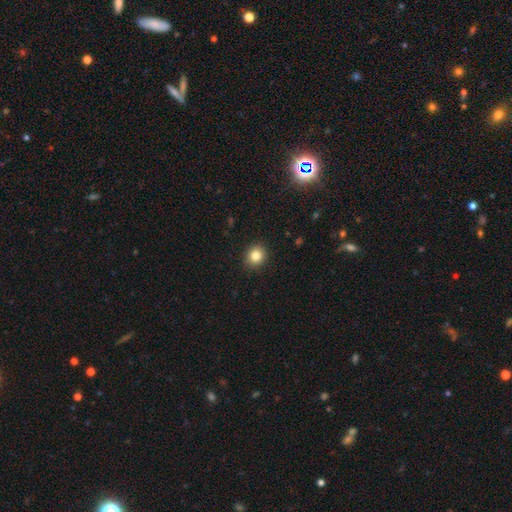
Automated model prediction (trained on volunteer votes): This is clearly a smooth galaxy (82%). How rounded: clearly round (81%). Merging: clearly none (90%).